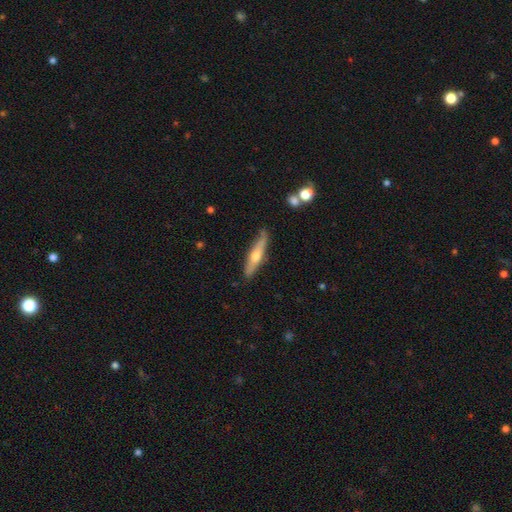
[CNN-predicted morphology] Overall: featured or disk (53%; smooth 40%). Edge-on disk: yes (91%). Merging: none (86%).